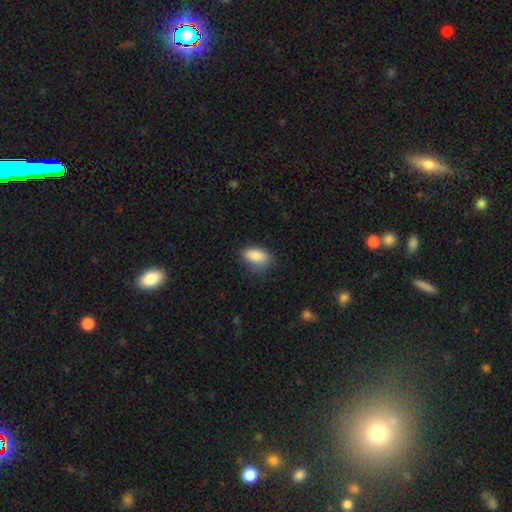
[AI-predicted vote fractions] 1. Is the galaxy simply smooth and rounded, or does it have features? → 86% smooth, 8% star or artifact, 6% featured or disk.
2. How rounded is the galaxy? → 89% in between, 6% round, 5% cigar-shaped.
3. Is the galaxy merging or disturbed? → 70% none, 23% minor disturbance, 5% major disturbance, 1% merger.